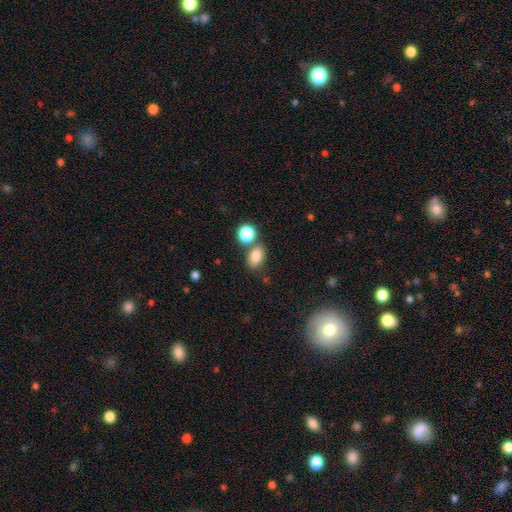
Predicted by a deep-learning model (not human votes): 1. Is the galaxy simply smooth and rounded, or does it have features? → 83% smooth, 12% star or artifact, 6% featured or disk.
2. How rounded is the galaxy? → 76% in between, 23% round, 1% cigar-shaped.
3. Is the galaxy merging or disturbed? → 66% none, 18% merger, 12% minor disturbance, 4% major disturbance.